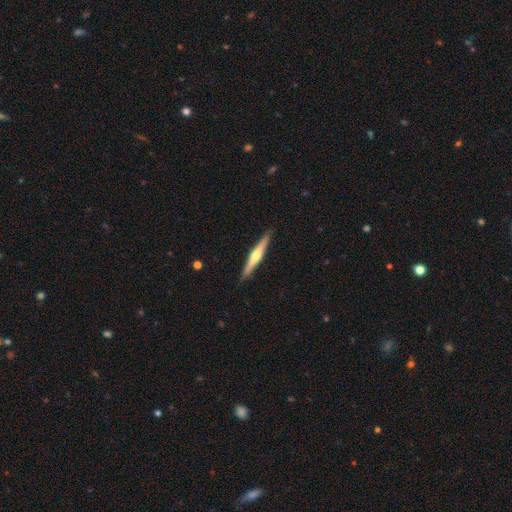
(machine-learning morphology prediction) smooth-or-featured: featured or disk: 62% | smooth: 33% | star or artifact: 5%
  disk-edge-on: yes: 97% | no: 3%
    edge-on-bulge: rounded: 82% | none: 11% | boxy: 7%
  merging: none: 90% | minor disturbance: 7% | major disturbance: 1% | merger: 1%